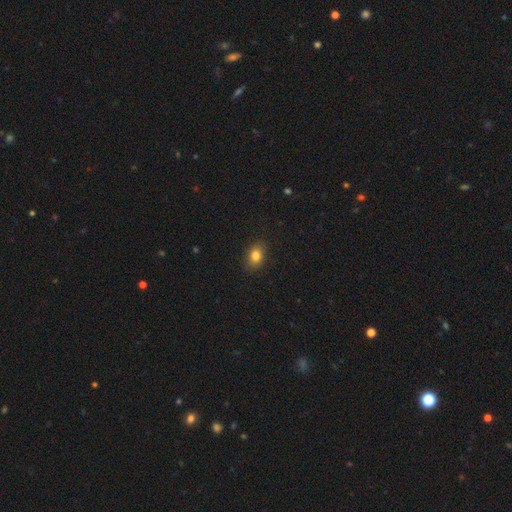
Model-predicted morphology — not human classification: Smooth or featured? smooth (82%)
How rounded? in between (70%)
Merging? none (86%)